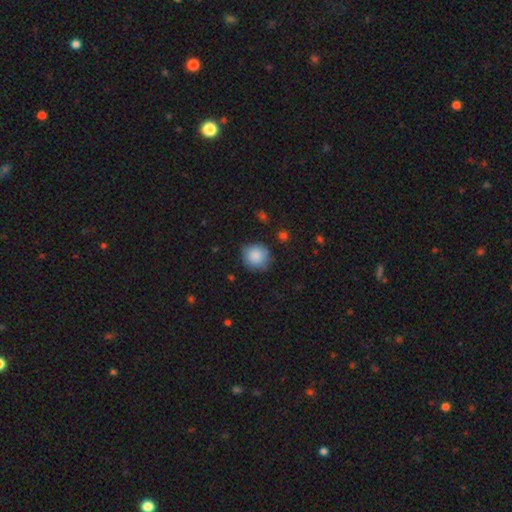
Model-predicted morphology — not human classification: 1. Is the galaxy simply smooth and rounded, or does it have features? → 87% smooth, 8% star or artifact, 5% featured or disk.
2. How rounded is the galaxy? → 91% round, 8% in between, 1% cigar-shaped.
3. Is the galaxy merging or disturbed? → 79% none, 16% minor disturbance, 4% major disturbance, 2% merger.